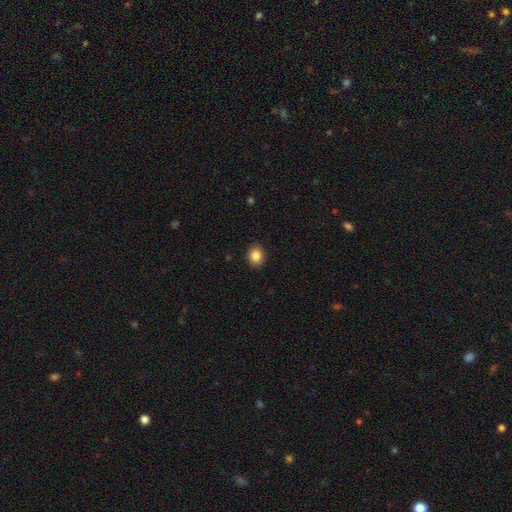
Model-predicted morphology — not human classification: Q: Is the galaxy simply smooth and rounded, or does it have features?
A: smooth — 85%.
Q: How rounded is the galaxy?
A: round — 63%.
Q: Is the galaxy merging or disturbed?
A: none — 91%.